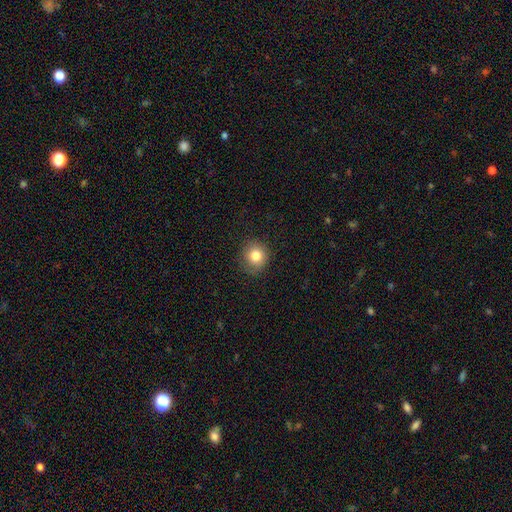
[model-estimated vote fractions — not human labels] Q: Smooth or featured?
A: smooth (81%); runner-up: star or artifact (11%)
Q: How rounded?
A: round (88%); runner-up: in between (11%)
Q: Merging?
A: none (85%); runner-up: minor disturbance (11%)